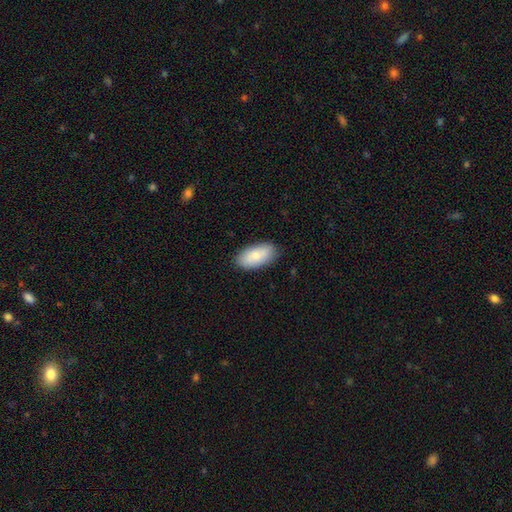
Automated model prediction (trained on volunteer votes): This is clearly a smooth galaxy (80%). How rounded: clearly in between (93%). Merging: clearly none (85%).